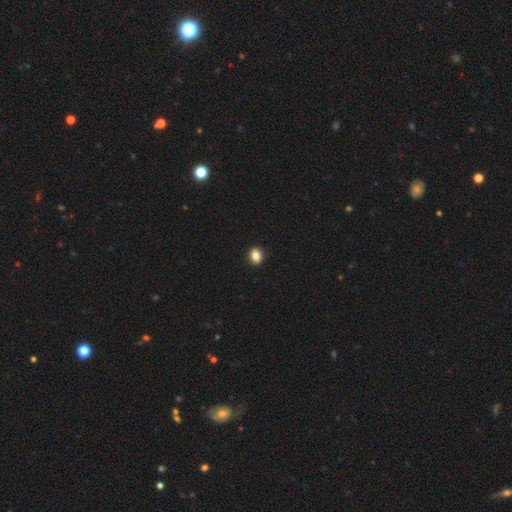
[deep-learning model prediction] This is clearly a smooth galaxy (82%). How rounded: possibly in between (53%). Merging: clearly none (91%).